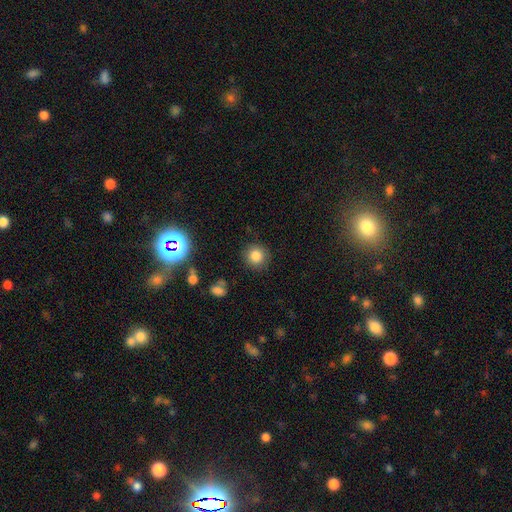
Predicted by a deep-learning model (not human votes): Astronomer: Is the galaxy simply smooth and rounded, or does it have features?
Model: smooth — 84%.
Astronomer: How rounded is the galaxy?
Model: round — 91%.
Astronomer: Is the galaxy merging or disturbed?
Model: none — 87%.